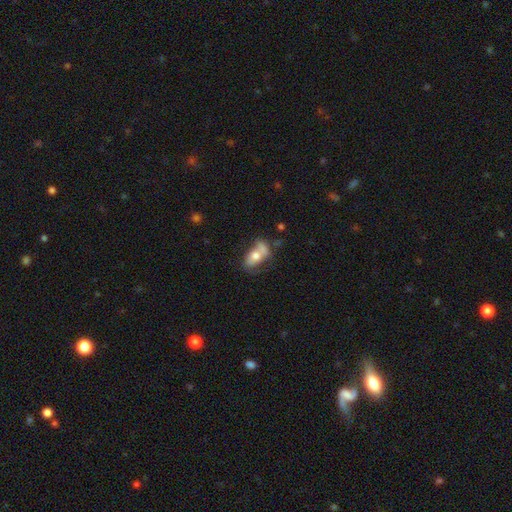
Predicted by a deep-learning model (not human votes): smooth 62%, featured or disk 29%, star or artifact 8%. Down the decision tree: how rounded — in between (86%); merging — merger (32%).